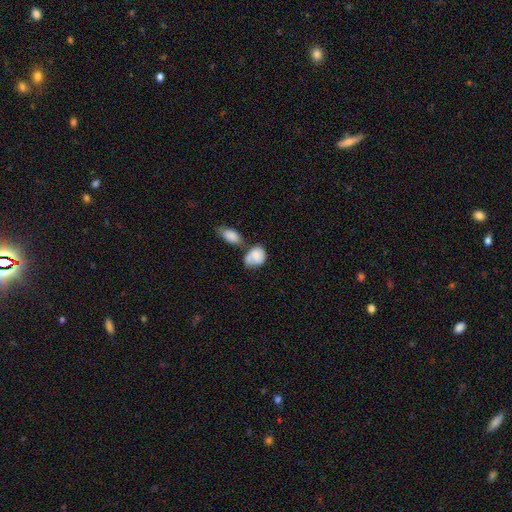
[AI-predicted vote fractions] smooth_or_featured: smooth (p=0.71) [alt: featured or disk p=0.22]
how_rounded: in between (p=0.66) [alt: round p=0.33]
merging: merger (p=0.39) [alt: none p=0.29]